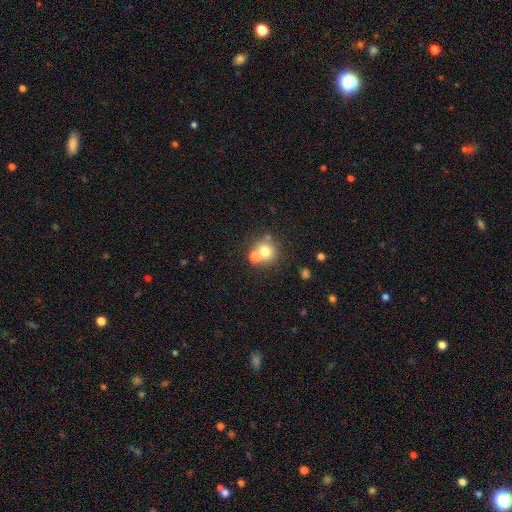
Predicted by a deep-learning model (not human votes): This appears to be a smooth galaxy with no disk features (70%) that is round (86%). Merging: none (52%).